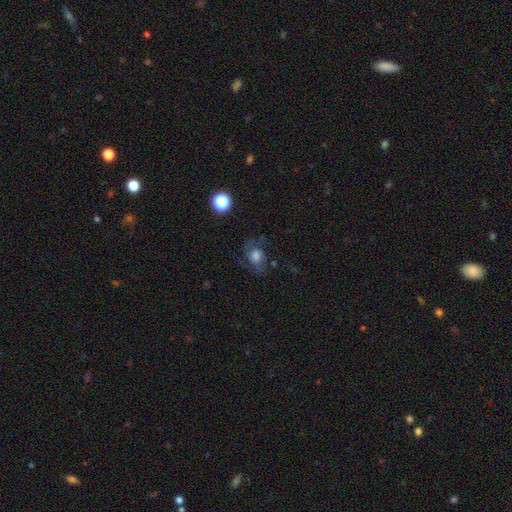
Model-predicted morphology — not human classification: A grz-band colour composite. It shows a featured or disk galaxy (45%). Merging: none (58%).